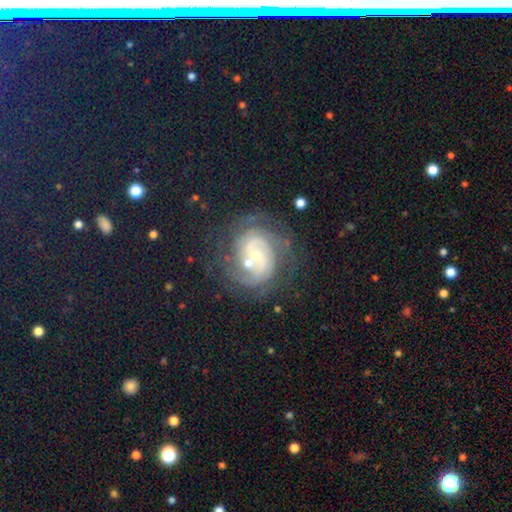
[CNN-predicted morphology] A featured or disk galaxy (84%) with no bar (56%), 2 (42%) tight (61%) spiral arms (95%) and a small central bulge (66%).

Vote fractions:
- Smooth or featured? featured or disk: 84% / smooth: 8% / star or artifact: 7%
- Edge-on disk? no: 98% / yes: 2%
- Bar? no: 56% / weak: 34% / strong: 10%
- Spiral arms? yes: 95% / no: 5%
- Spiral winding? tight: 61% / medium: 31% / loose: 8%
- Spiral arm count? 2: 42% / can't tell: 25% / 3: 17% / 4: 7% / 1: 5% / more than 4: 5%
- Bulge size? small: 66% / moderate: 28% / large: 3% / none: 2% / dominant: 1%
- Merging? none: 64% / minor disturbance: 17% / major disturbance: 10% / merger: 10%